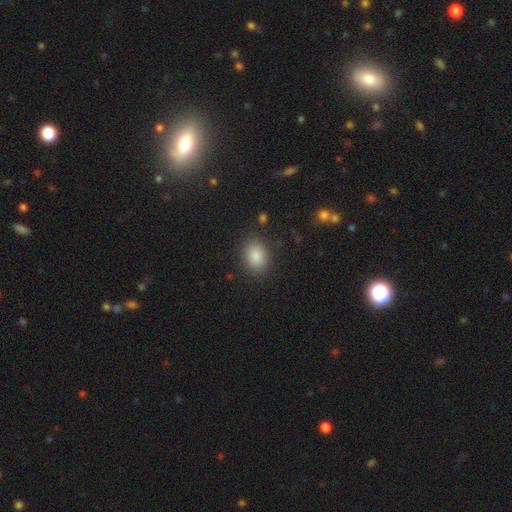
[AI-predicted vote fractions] Overall: smooth (85%). How rounded: in between (69%; round 30%). Merging: none (88%).